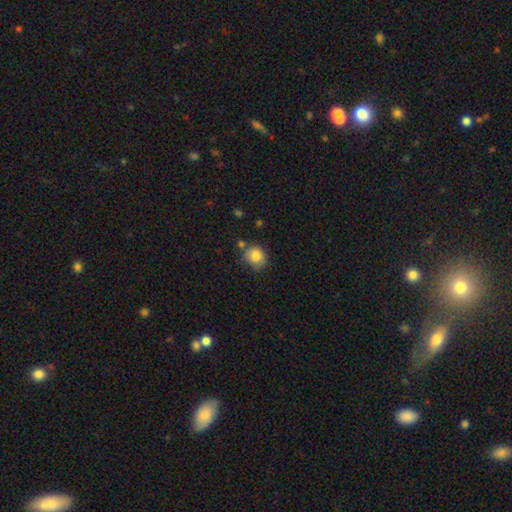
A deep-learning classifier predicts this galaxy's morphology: smooth_or_featured: smooth (p=0.82) [alt: star or artifact p=0.09]
how_rounded: round (p=0.75) [alt: in between p=0.24]
merging: none (p=0.63) [alt: minor disturbance p=0.23]